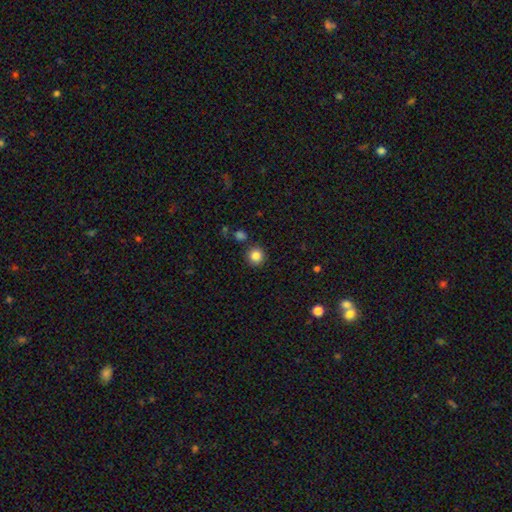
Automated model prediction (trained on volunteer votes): A smooth galaxy with no disk features (85%) that is round (93%).

Vote fractions:
- Smooth or featured? smooth: 85% / star or artifact: 11% / featured or disk: 5%
- How rounded? round: 93% / in between: 6% / cigar-shaped: 1%
- Merging? none: 87% / minor disturbance: 7% / merger: 4% / major disturbance: 2%